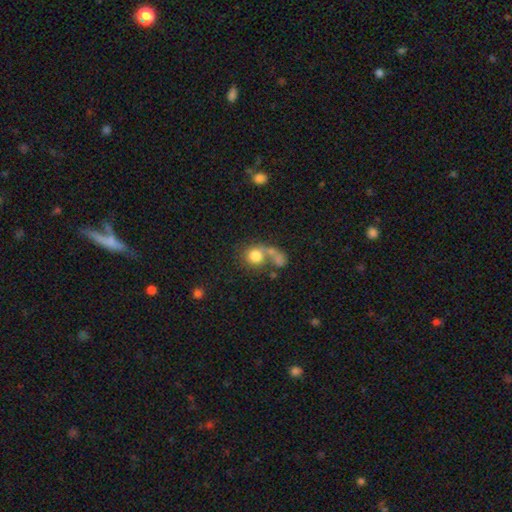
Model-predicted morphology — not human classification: This appears to be a smooth galaxy with no disk features (75%) that is round (80%). Merging: merger (45%).